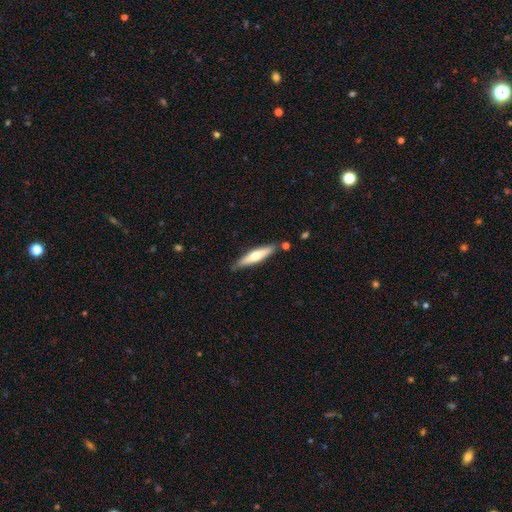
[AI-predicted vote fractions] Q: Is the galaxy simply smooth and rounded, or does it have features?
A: smooth — 50%.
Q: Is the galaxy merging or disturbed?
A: none — 82%.